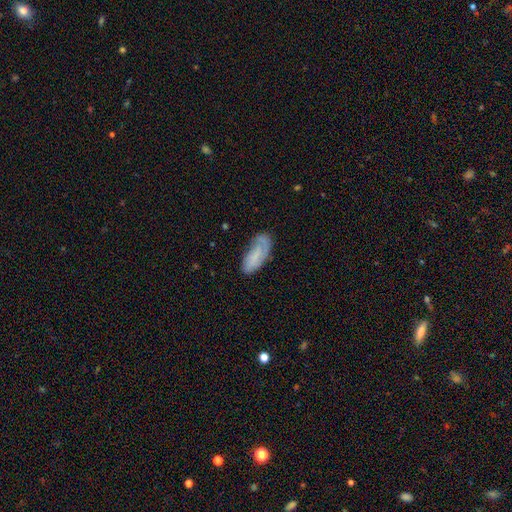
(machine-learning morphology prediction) This is possibly a smooth galaxy (57%). How rounded: clearly in between (81%). Merging: possibly none (56%).